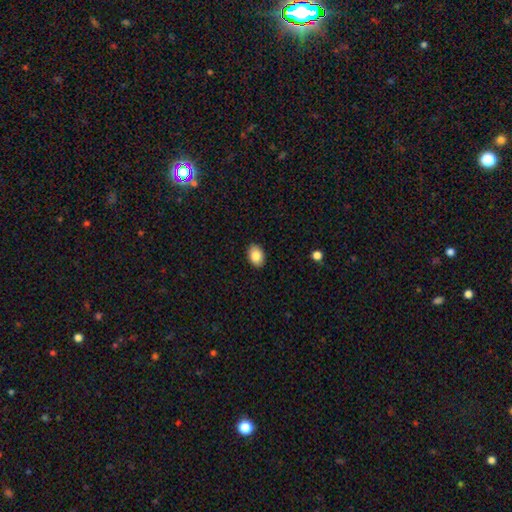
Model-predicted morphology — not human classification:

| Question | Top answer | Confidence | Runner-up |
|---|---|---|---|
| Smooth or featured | smooth | 85% | star or artifact (8%) |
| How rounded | in between | 81% | round (18%) |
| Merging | none | 90% | minor disturbance (8%) |